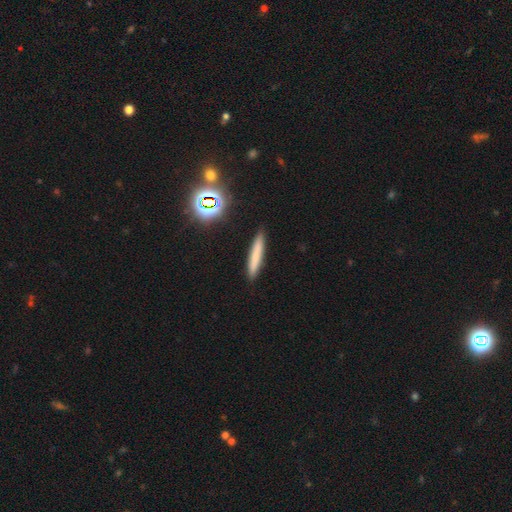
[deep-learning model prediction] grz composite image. It shows a smooth galaxy with no disk features (71%) that is cigar-shaped (93%). Merging: none (90%).